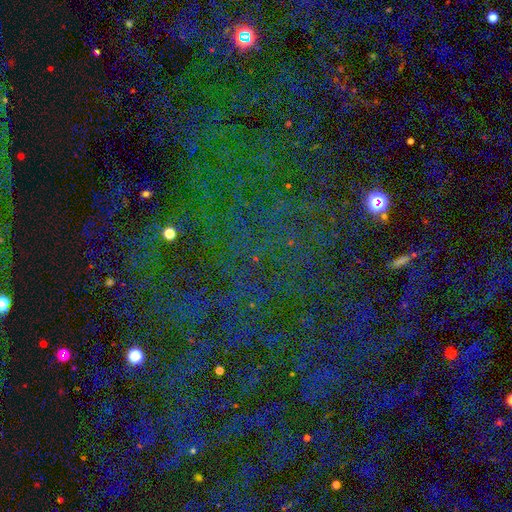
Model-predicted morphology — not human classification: A star or artifact, not a galaxy (78%).